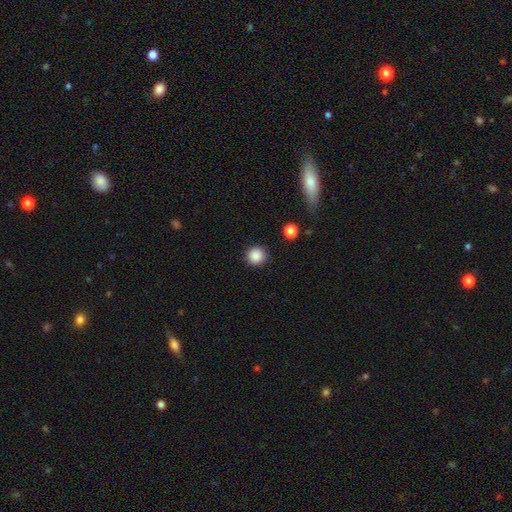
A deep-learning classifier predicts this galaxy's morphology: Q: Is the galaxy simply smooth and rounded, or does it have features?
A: smooth — 88%.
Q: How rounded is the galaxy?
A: round — 92%.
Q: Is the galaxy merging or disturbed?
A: none — 89%.